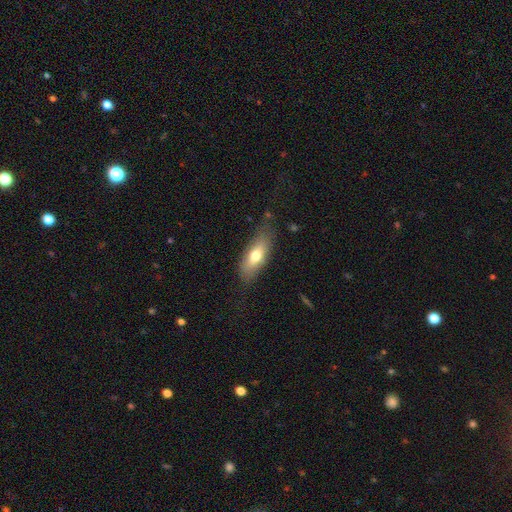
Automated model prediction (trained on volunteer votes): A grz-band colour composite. It shows a smooth galaxy with no disk features (69%) that is in between round and cigar-shaped (68%). Merging: none (74%).